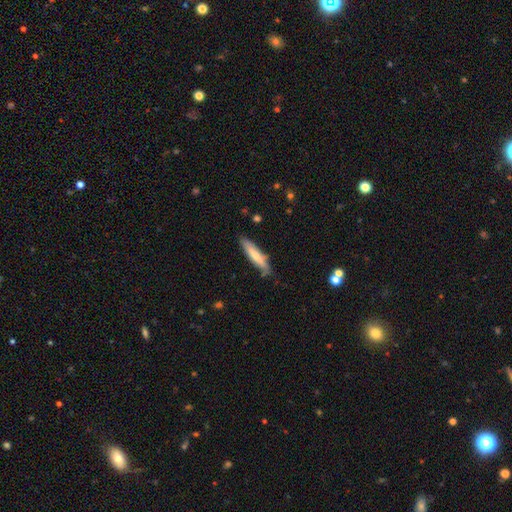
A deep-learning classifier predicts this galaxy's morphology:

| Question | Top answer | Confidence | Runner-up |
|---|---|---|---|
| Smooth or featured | smooth | 66% | featured or disk (29%) |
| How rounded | cigar-shaped | 82% | in between (16%) |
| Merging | none | 75% | minor disturbance (19%) |